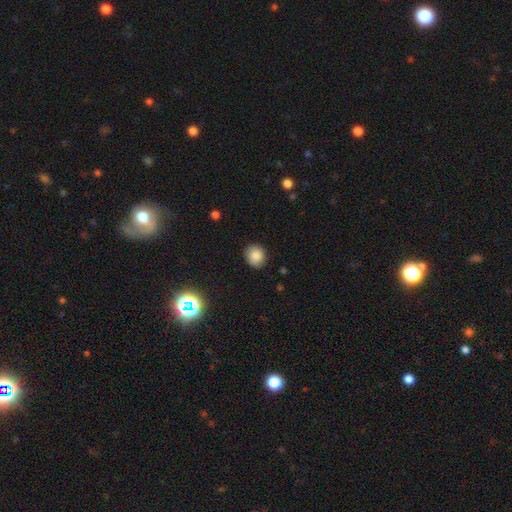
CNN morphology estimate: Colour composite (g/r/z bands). It shows a smooth galaxy with no disk features (83%) that is round (72%). Merging: none (84%).